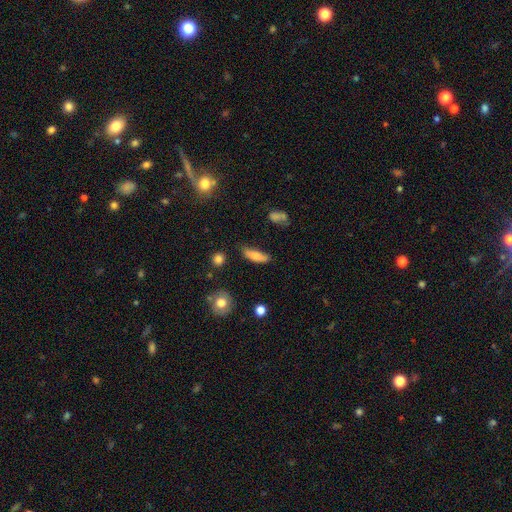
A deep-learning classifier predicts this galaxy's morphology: Smooth or featured? smooth (78%)
How rounded? cigar-shaped (50%)
Merging? none (63%)